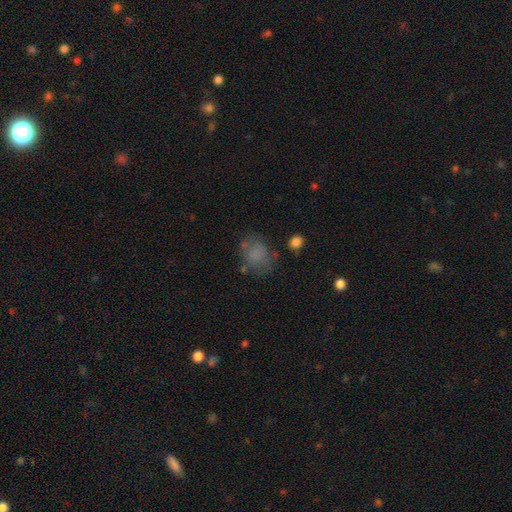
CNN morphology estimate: Smooth or featured: smooth — 68% (featured or disk — 19%)
How rounded: in between — 58% (round — 41%)
Merging: none — 58% (minor disturbance — 23%)